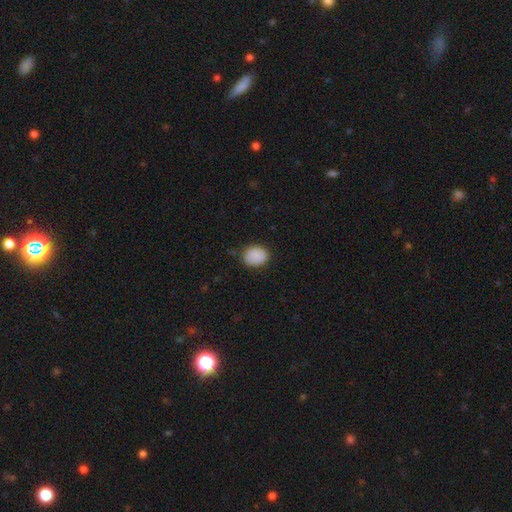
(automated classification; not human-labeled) Smooth or featured: smooth — 89% (star or artifact — 7%)
How rounded: in between — 51% (round — 48%)
Merging: none — 83% (minor disturbance — 13%)